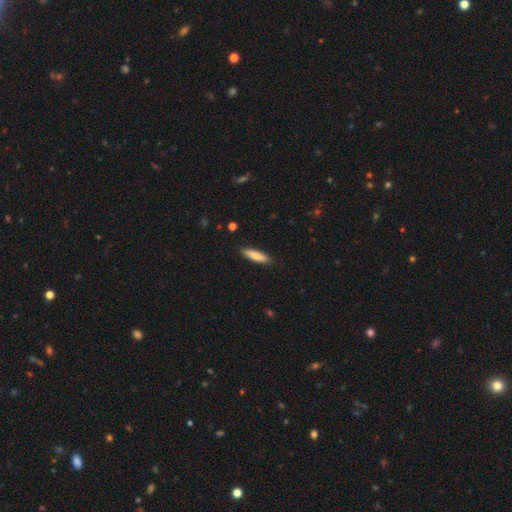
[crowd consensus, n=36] Volunteers were most divided on "how rounded": cigar-shaped: 64%, in between: 36%, round: 0%. More confident: merging — none (97%); smooth or featured — smooth (69%).